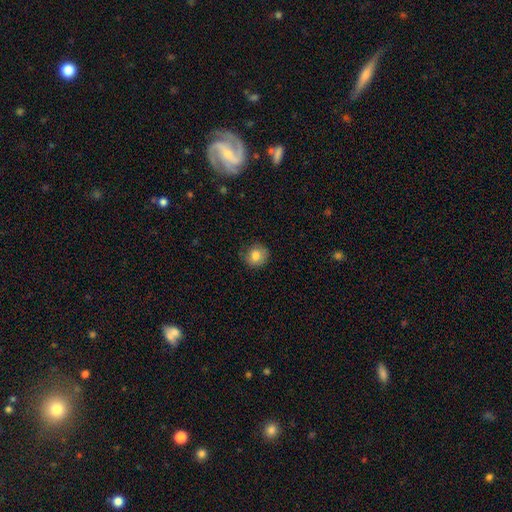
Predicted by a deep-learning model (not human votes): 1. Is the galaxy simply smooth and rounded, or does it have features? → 81% smooth, 10% featured or disk, 9% star or artifact.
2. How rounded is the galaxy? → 83% round, 16% in between, 1% cigar-shaped.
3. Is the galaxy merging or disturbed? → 78% none, 17% minor disturbance, 4% major disturbance, 1% merger.